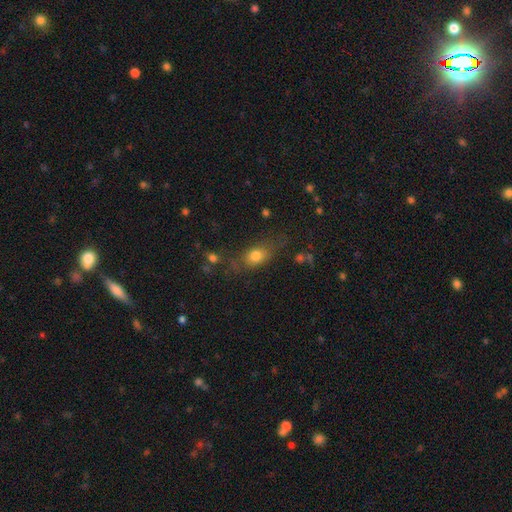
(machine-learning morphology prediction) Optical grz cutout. It shows a smooth galaxy with no disk features (74%) that is in between round and cigar-shaped (67%). Merging: none (62%).